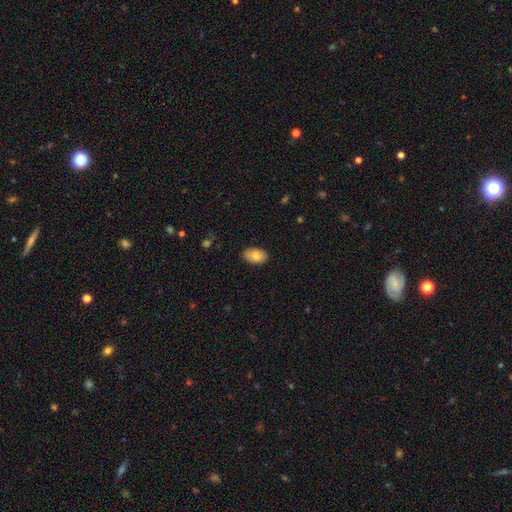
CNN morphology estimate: Smooth or featured?
  - smooth: 82% *
  - featured or disk: 11%
  - star or artifact: 7%
How rounded?
  - in between: 93% *
  - round: 6%
  - cigar-shaped: 1%
Merging?
  - none: 86% *
  - minor disturbance: 11%
  - major disturbance: 2%
  - merger: 1%